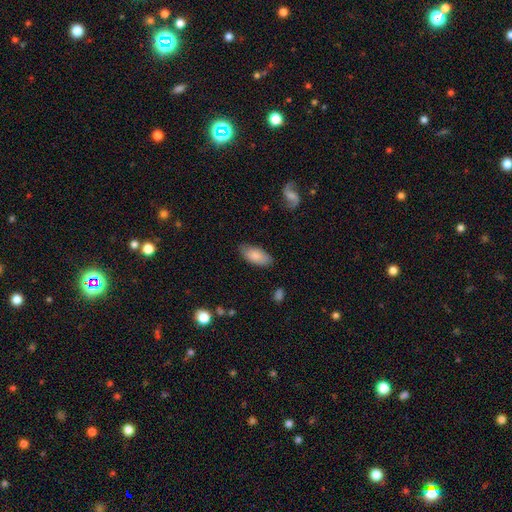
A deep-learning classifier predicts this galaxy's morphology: Q: Smooth or featured?
A: smooth (83%); runner-up: featured or disk (11%)
Q: How rounded?
A: in between (90%); runner-up: cigar-shaped (8%)
Q: Merging?
A: none (80%); runner-up: minor disturbance (16%)